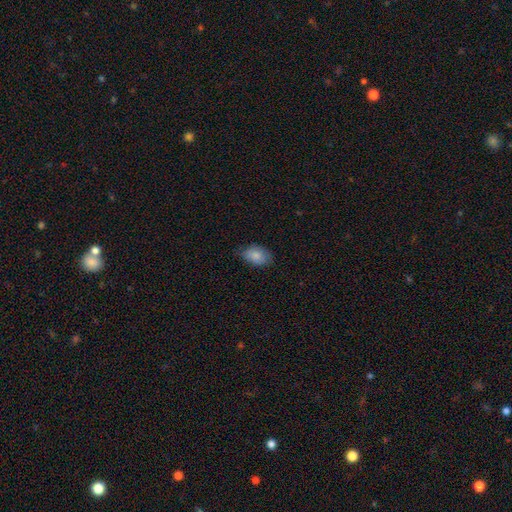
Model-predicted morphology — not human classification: Smooth or featured: smooth — 84% (featured or disk — 9%)
How rounded: in between — 87% (round — 11%)
Merging: none — 71% (minor disturbance — 24%)